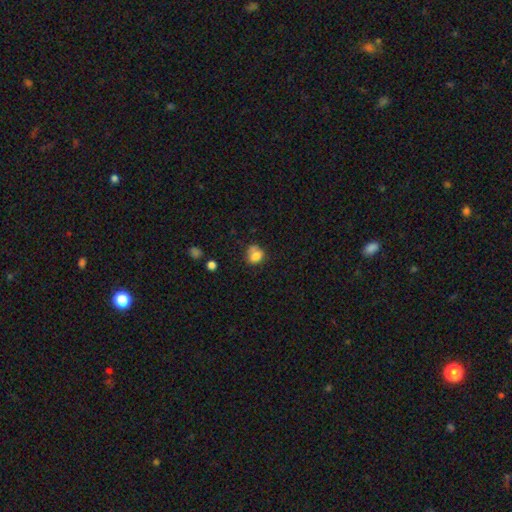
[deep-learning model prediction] Overall: smooth (78%). How rounded: round (63%; in between 36%). Merging: none (47%; minor disturbance 26%).